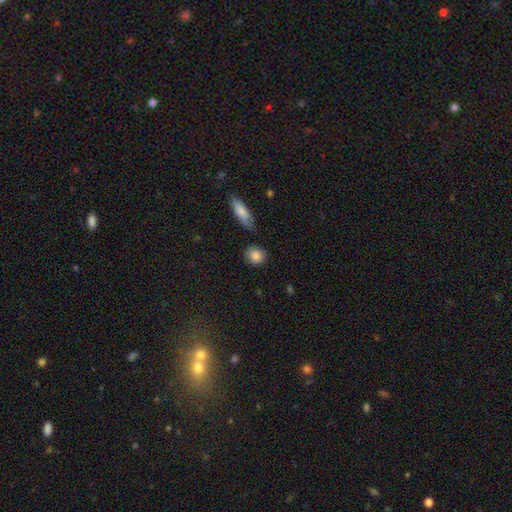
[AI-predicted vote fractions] A smooth galaxy with no disk features (85%) that is round (77%). Merging: none (79%).